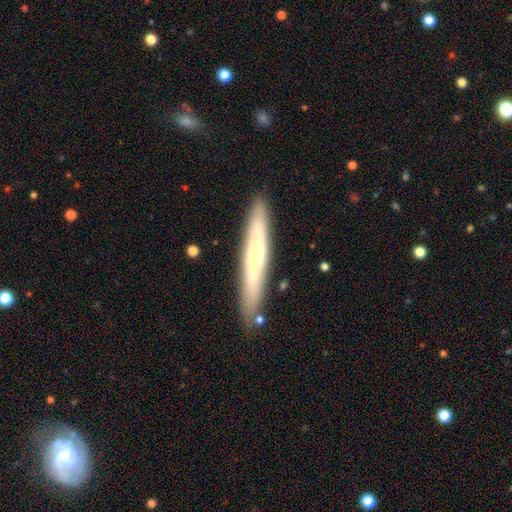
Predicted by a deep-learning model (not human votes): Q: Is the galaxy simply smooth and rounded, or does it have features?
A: featured or disk — 59%.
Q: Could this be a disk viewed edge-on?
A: yes — 75%.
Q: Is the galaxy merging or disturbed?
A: none — 86%.